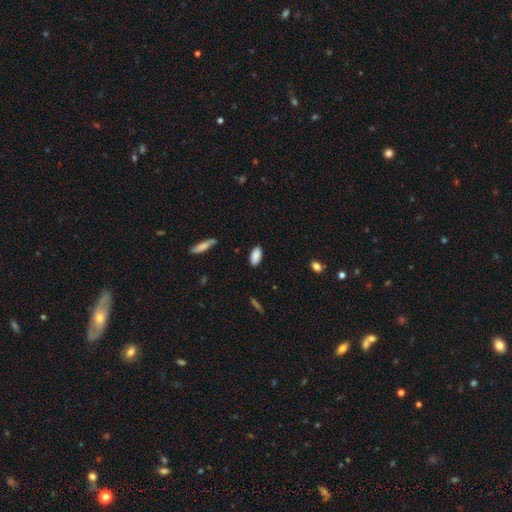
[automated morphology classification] Overall: smooth (88%). How rounded: in between (92%). Merging: none (85%).